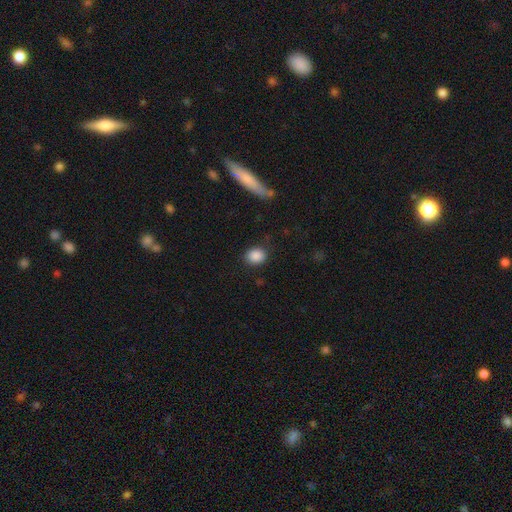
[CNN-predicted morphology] This appears to be a smooth galaxy with no disk features (87%) that is round (56%). Merging: none (84%).